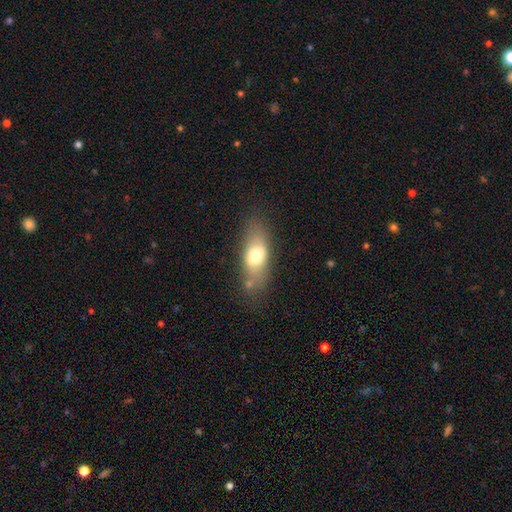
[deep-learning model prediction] A smooth galaxy with no disk features (67%) that is in between round and cigar-shaped (75%). Merging: none (71%).